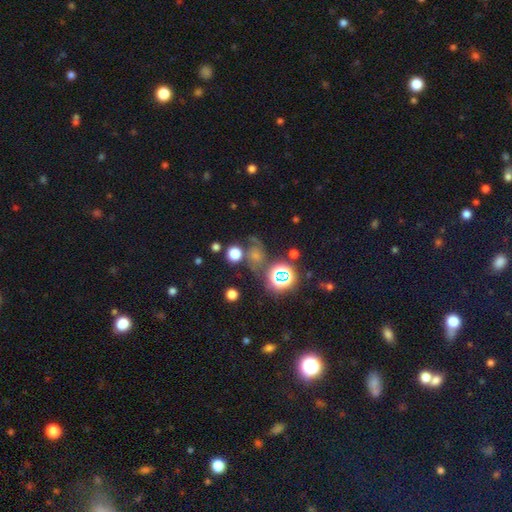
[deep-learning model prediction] Overall: smooth (48%; star or artifact 35%). Merging: none (56%; minor disturbance 17%).